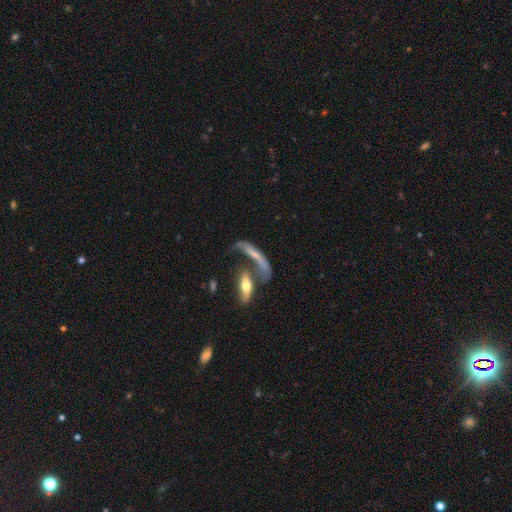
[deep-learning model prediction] This is possibly a featured or disk galaxy (46%). Merging: possibly merger (46%).